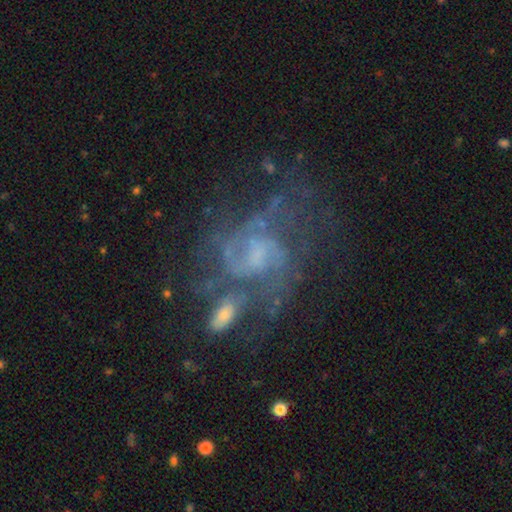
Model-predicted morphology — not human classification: This is likely a featured or disk galaxy (77%). It is clearly not viewed edge-on (97%). Bar: possibly weak (46%). Spiral arm pattern: clearly yes (88%). Spiral arm count: marginally 2 (40%). Spiral winding: possibly medium (48%). Central bulge: possibly small (46%). Merging: possibly none (46%).